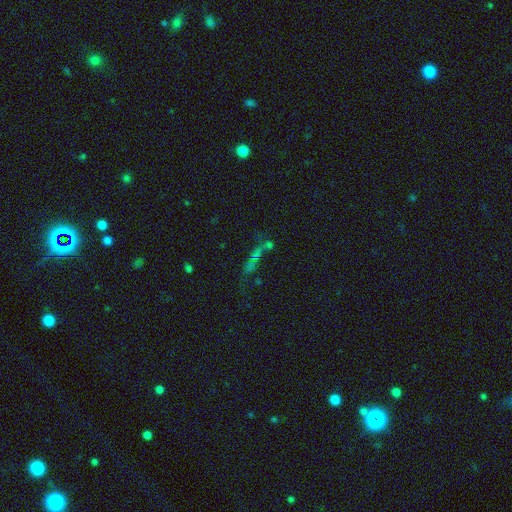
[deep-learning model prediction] Morphology: type=star or artifact (40%).